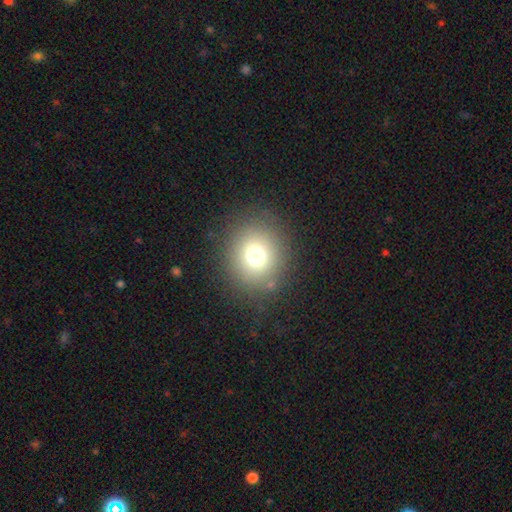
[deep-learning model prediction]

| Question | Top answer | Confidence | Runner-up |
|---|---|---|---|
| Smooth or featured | smooth | 71% | star or artifact (18%) |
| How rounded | round | 86% | in between (13%) |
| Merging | none | 85% | minor disturbance (8%) |